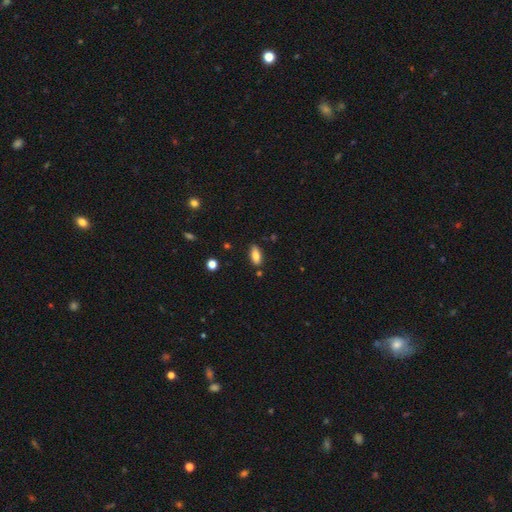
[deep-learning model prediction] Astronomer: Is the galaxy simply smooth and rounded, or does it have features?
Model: smooth — 79%.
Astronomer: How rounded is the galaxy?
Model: in between — 80%.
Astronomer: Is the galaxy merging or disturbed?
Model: none — 82%.